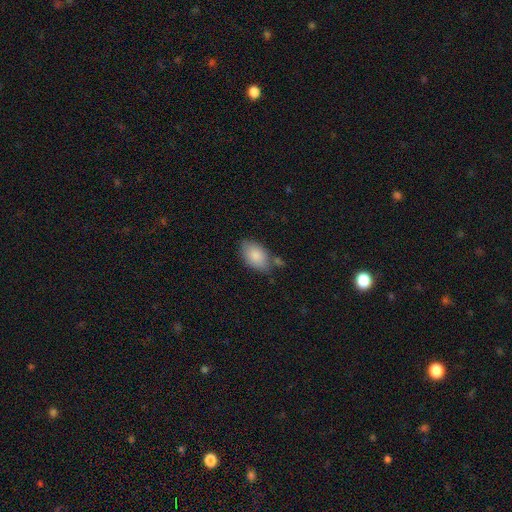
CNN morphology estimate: The model was most divided on "merging": none: 66%, minor disturbance: 20%, merger: 9%, major disturbance: 5%. More confident: how rounded — in between (93%); smooth or featured — smooth (85%).